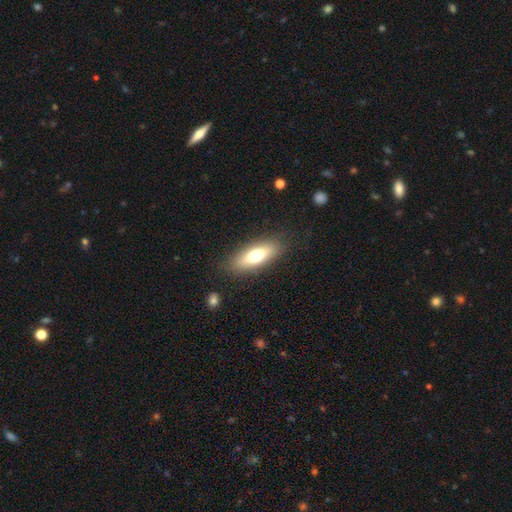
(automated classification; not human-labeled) A smooth galaxy with no disk features (68%) that is in between round and cigar-shaped (63%). Merging: none (85%).